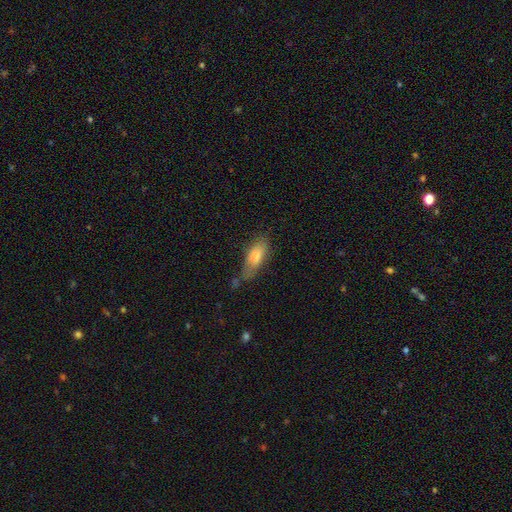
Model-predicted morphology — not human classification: This is likely a smooth galaxy (78%). How rounded: likely in between (71%). Merging: possibly none (46%).